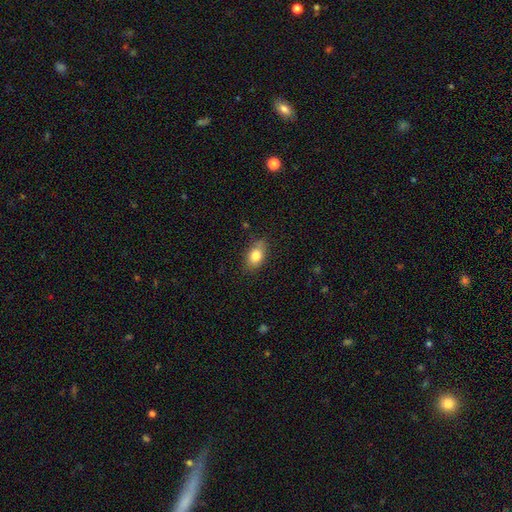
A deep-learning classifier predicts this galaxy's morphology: A smooth galaxy with no disk features (81%) that is in between round and cigar-shaped (81%).

Vote fractions:
- Smooth or featured? smooth: 81% / featured or disk: 10% / star or artifact: 8%
- How rounded? in between: 81% / round: 17% / cigar-shaped: 3%
- Merging? none: 78% / minor disturbance: 18% / major disturbance: 3% / merger: 2%